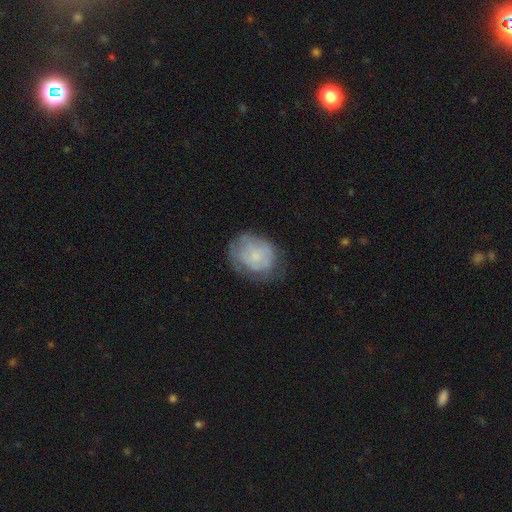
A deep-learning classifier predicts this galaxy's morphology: A smooth galaxy with no disk features (48%).

Vote fractions:
- Smooth or featured? smooth: 48% / featured or disk: 44% / star or artifact: 9%
- Merging? none: 60% / minor disturbance: 25% / major disturbance: 14% / merger: 1%